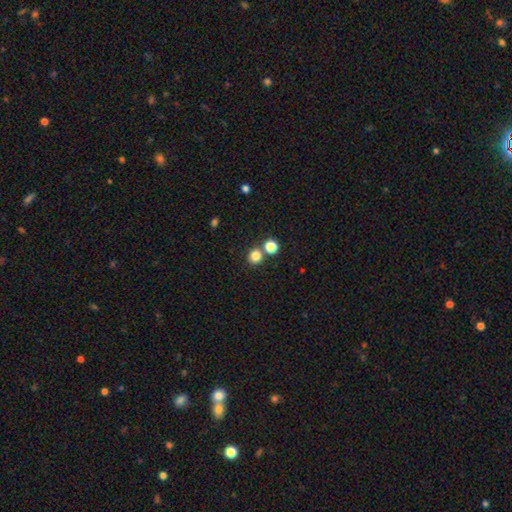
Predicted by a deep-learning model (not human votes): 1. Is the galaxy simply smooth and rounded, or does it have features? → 82% smooth, 13% star or artifact, 5% featured or disk.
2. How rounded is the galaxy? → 89% round, 10% in between, 1% cigar-shaped.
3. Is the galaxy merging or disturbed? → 72% none, 19% merger, 7% minor disturbance, 3% major disturbance.